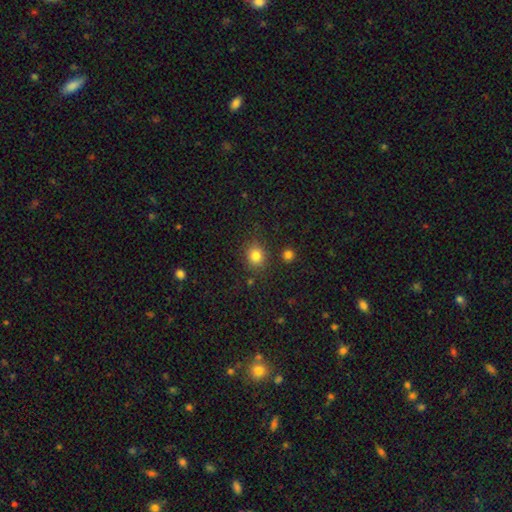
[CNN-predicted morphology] A smooth galaxy with no disk features (83%) that is round (77%). Merging: none (80%).